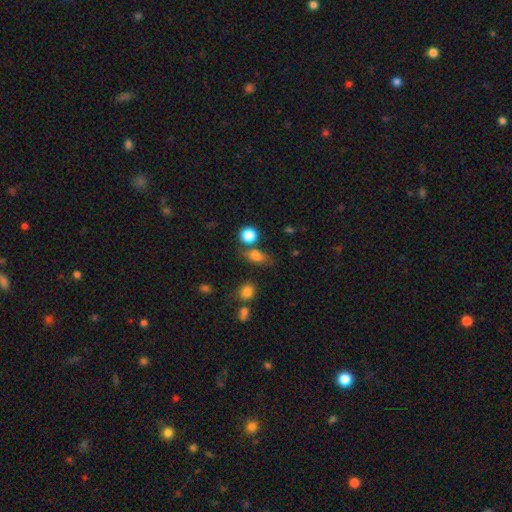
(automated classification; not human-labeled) This is likely a smooth galaxy (75%). How rounded: possibly in between (59%). Merging: likely none (60%).